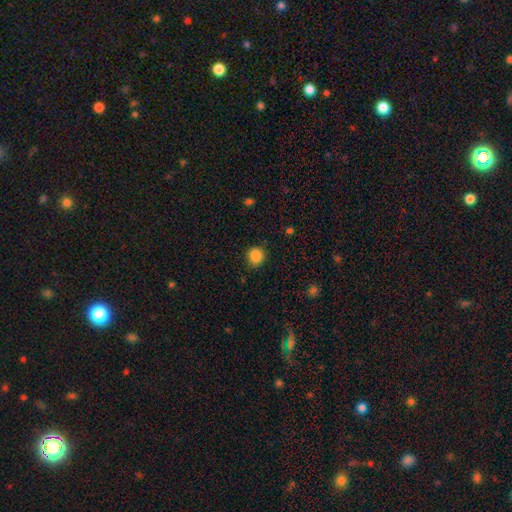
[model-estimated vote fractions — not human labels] smooth_or_featured: smooth (p=0.87) [alt: star or artifact p=0.10]
how_rounded: round (p=0.83) [alt: in between p=0.16]
merging: none (p=0.83) [alt: minor disturbance p=0.12]